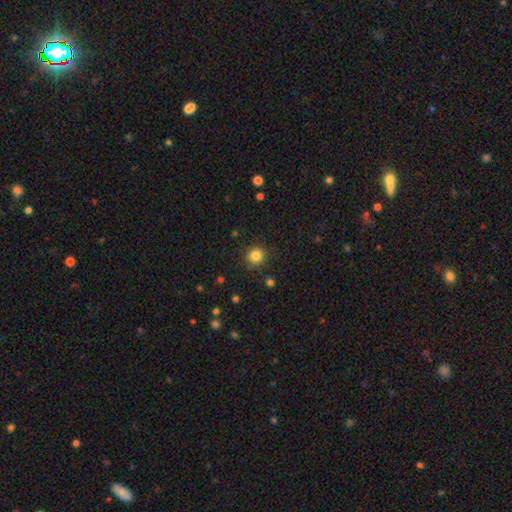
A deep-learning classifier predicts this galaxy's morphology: Smooth or featured? smooth (83%)
How rounded? round (92%)
Merging? none (90%)